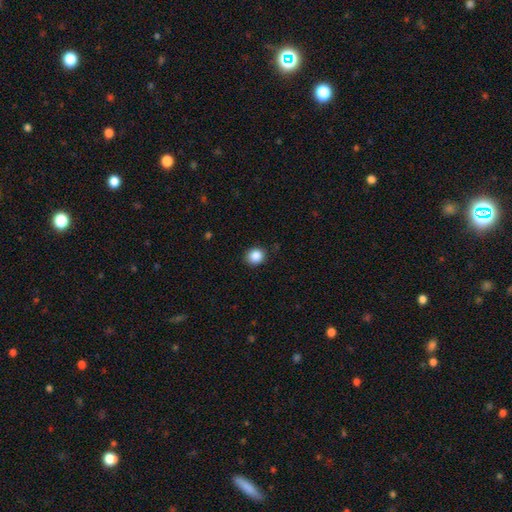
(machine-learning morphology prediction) smooth_or_featured: smooth (p=0.87) [alt: star or artifact p=0.10]
how_rounded: round (p=0.83) [alt: in between p=0.16]
merging: none (p=0.88) [alt: minor disturbance p=0.08]